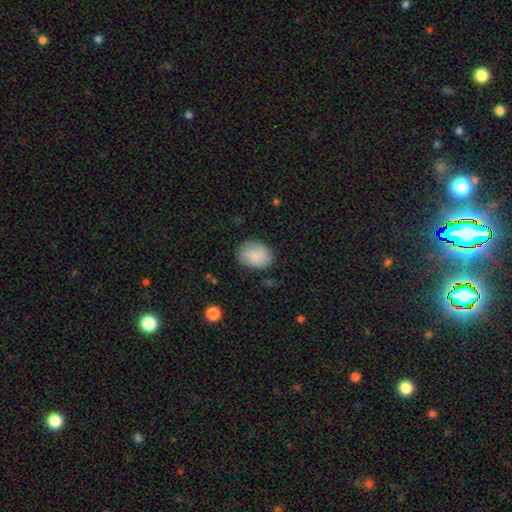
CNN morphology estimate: Overall: smooth (81%). How rounded: in between (60%; round 39%). Merging: none (74%).